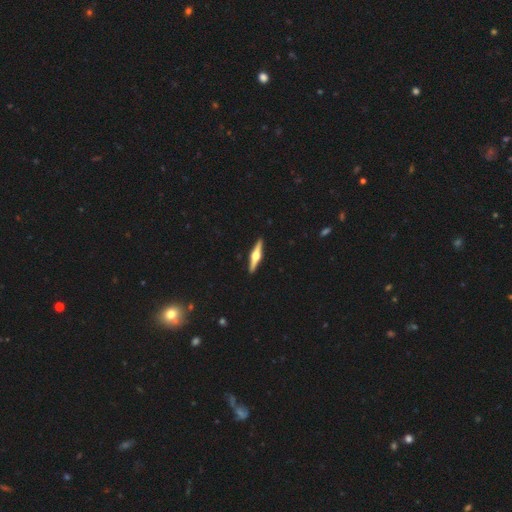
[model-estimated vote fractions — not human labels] A featured or disk galaxy (77%) viewed edge-on (98%) with a rounded central bulge (96%).

Vote fractions:
- Smooth or featured? featured or disk: 77% / smooth: 19% / star or artifact: 5%
- Edge-on disk? yes: 98% / no: 2%
- Edge-on bulge? rounded: 96% / boxy: 3% / none: 2%
- Merging? none: 93% / minor disturbance: 5% / major disturbance: 1% / merger: 1%